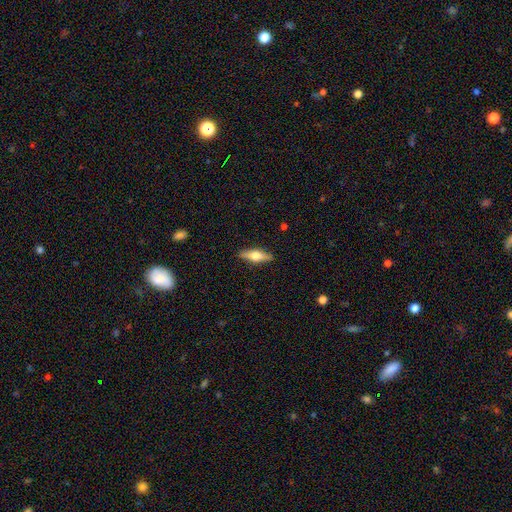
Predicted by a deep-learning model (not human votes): A smooth galaxy with no disk features (50%) that is cigar-shaped (53%).

Vote fractions:
- Smooth or featured? smooth: 50% / featured or disk: 44% / star or artifact: 6%
- How rounded? cigar-shaped: 53% / in between: 44% / round: 3%
- Merging? none: 89% / minor disturbance: 9% / major disturbance: 2% / merger: 1%